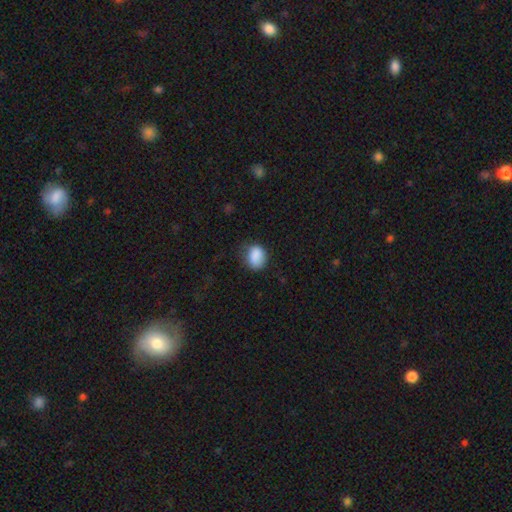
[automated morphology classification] smooth-or-featured: smooth: 87% | star or artifact: 8% | featured or disk: 5%
  how-rounded: in between: 59% | round: 40% | cigar-shaped: 1%
  merging: none: 67% | minor disturbance: 24% | major disturbance: 7% | merger: 2%